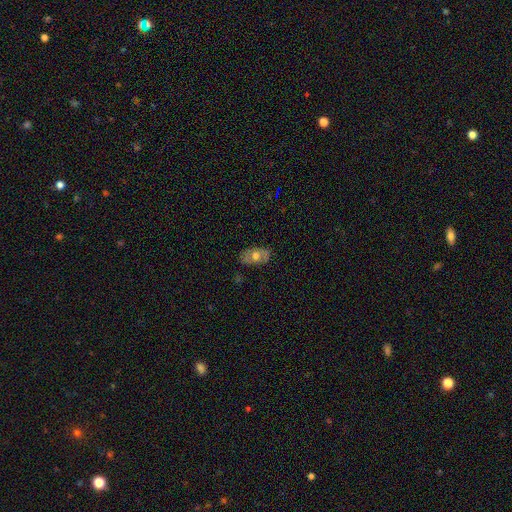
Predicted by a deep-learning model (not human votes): smooth-or-featured: smooth: 53% | featured or disk: 39% | star or artifact: 8%
  how-rounded: in between: 88% | round: 9% | cigar-shaped: 3%
  merging: none: 77% | minor disturbance: 18% | major disturbance: 4% | merger: 1%